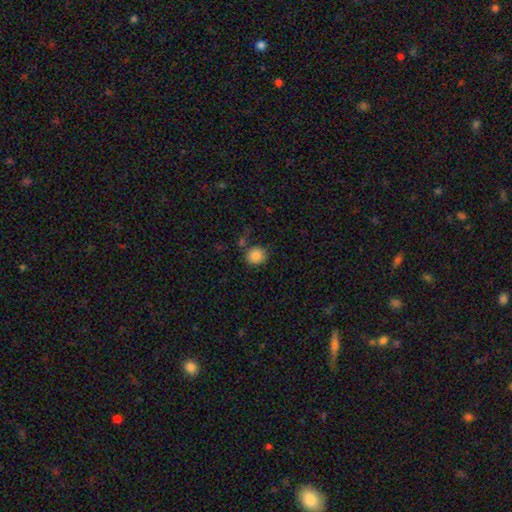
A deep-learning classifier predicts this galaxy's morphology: Q: Smooth or featured?
A: smooth (86%); runner-up: star or artifact (9%)
Q: How rounded?
A: round (83%); runner-up: in between (17%)
Q: Merging?
A: none (78%); runner-up: minor disturbance (11%)